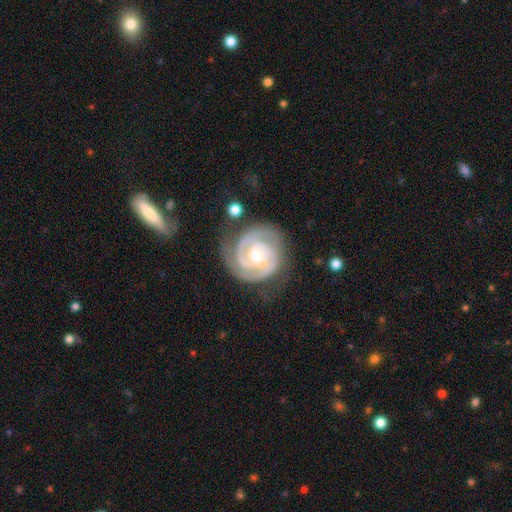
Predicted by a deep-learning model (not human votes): Smooth or featured: featured or disk — 91% (smooth — 5%)
Edge-on disk: no — 98% (yes — 2%)
Bar: no — 51% (weak — 36%)
Spiral arms: yes — 98% (no — 2%)
Spiral winding: tight — 75% (medium — 22%)
Spiral arm count: 2 — 57% (3 — 26%)
Bulge size: moderate — 52% (small — 45%)
Merging: none — 72% (minor disturbance — 18%)